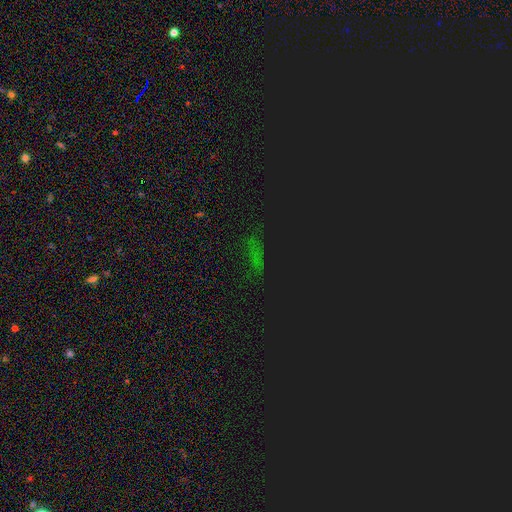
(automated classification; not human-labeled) smooth_or_featured: star or artifact (p=0.70) [alt: smooth p=0.22]